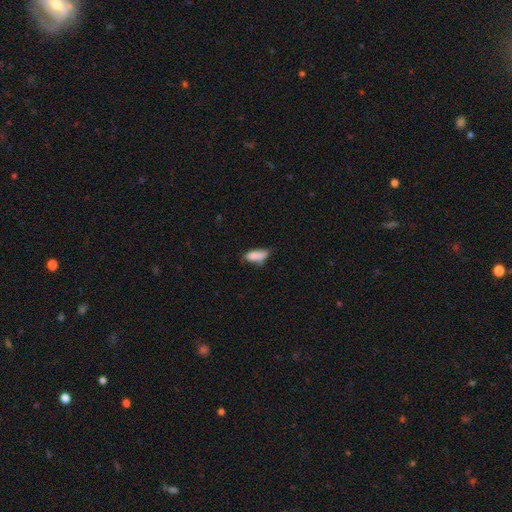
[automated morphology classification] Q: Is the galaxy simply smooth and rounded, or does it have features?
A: smooth — 79%.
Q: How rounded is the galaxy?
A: in between — 77%.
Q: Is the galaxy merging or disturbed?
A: none — 41%.